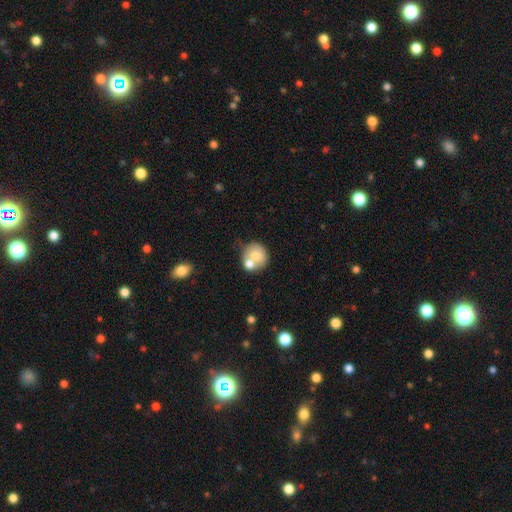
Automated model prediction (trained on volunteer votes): This is likely a smooth galaxy (70%). How rounded: clearly round (81%). Merging: marginally none (42%, tied with merger).